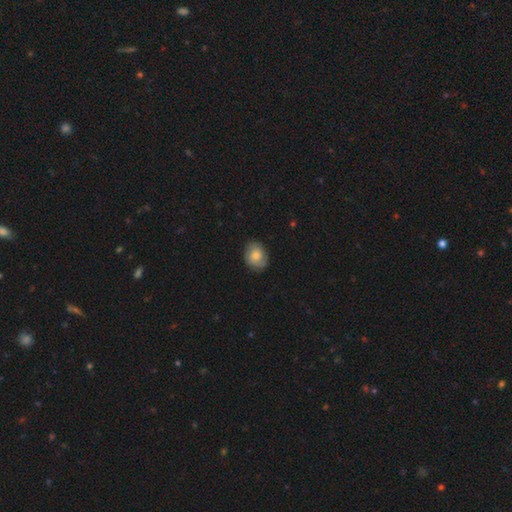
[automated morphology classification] Q: Smooth or featured?
A: smooth (70%); runner-up: featured or disk (22%)
Q: How rounded?
A: round (53%); runner-up: in between (46%)
Q: Merging?
A: none (80%); runner-up: minor disturbance (15%)